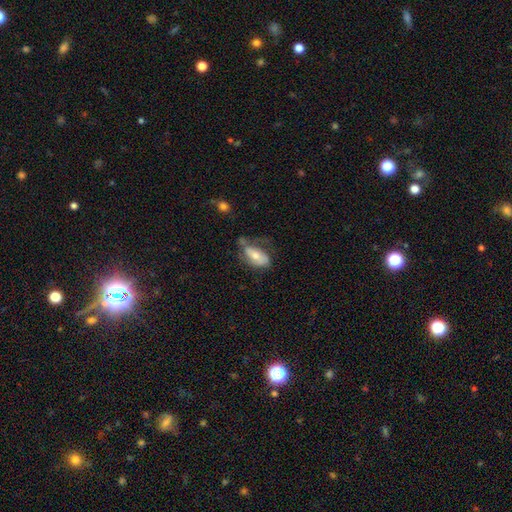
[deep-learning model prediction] This is possibly a smooth galaxy (52%). How rounded: clearly in between (87%). Merging: marginally none (37%).